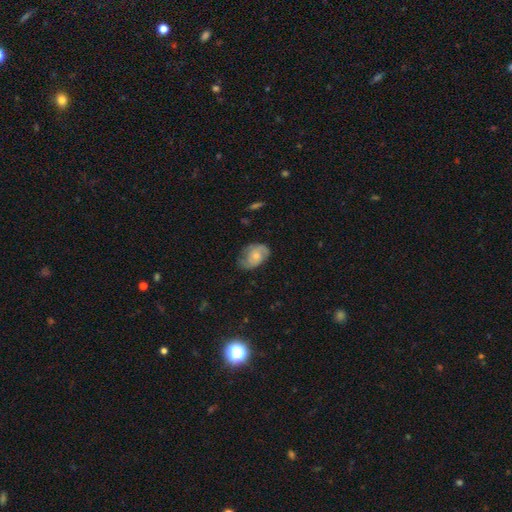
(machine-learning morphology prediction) type=smooth (54%); roundness=in between (82%); merging=none (54%).